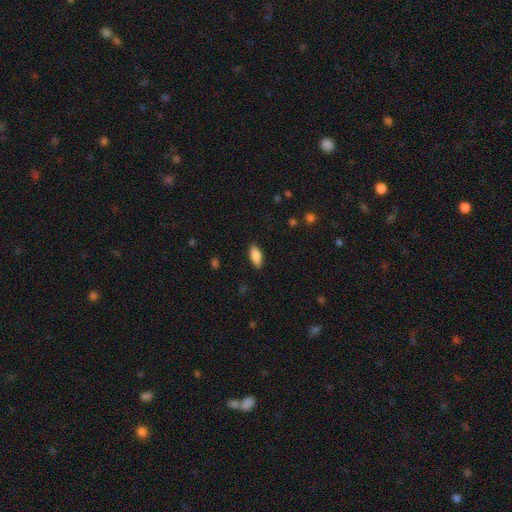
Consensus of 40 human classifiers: Smooth or featured? smooth (82%)
How rounded? in between (88%)
Merging? none (86%)